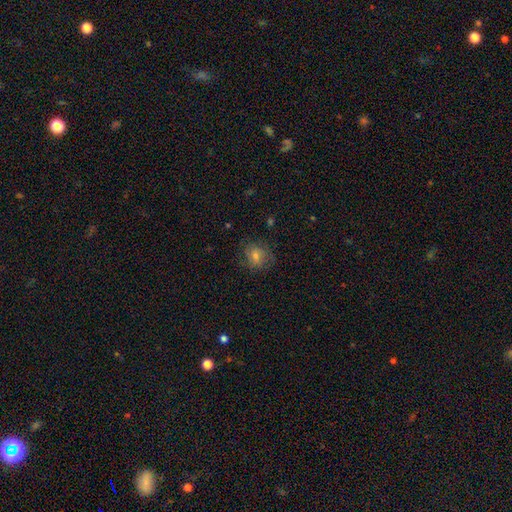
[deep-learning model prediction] A smooth galaxy with no disk features (70%) that is round (70%). Merging: none (72%).